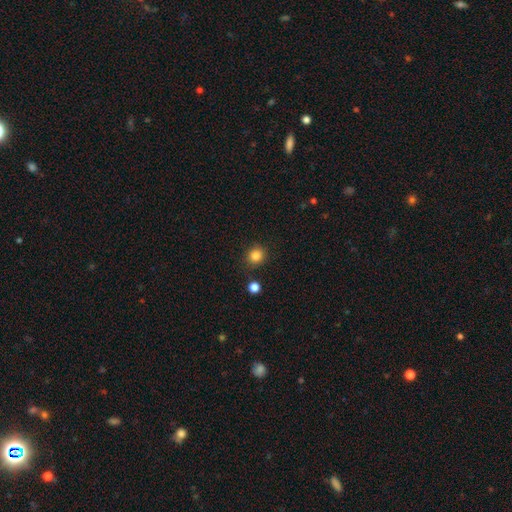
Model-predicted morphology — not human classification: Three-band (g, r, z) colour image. It shows a smooth galaxy with no disk features (84%) that is round (86%). Merging: none (86%).